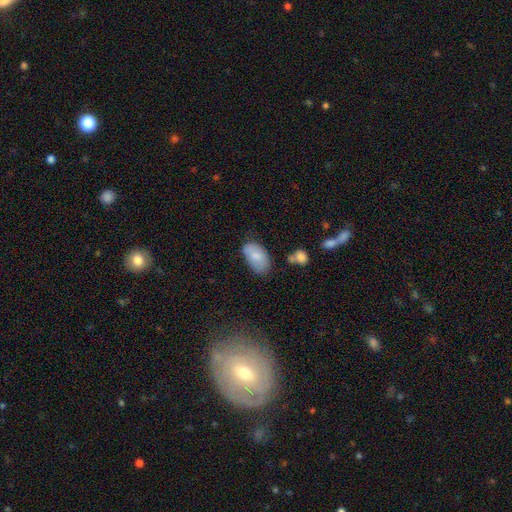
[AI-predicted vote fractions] Overall: smooth (81%). How rounded: in between (94%). Merging: none (60%; minor disturbance 28%).